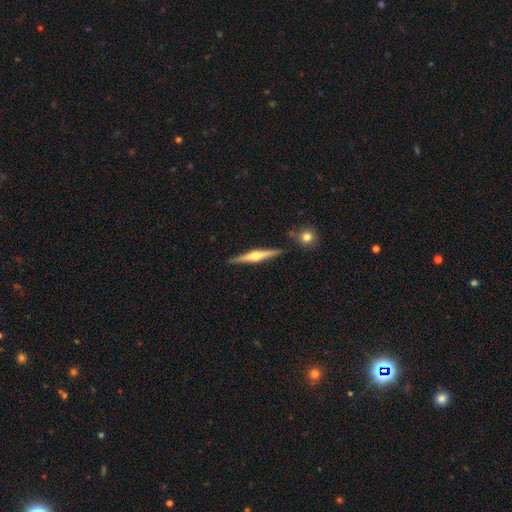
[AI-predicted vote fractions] Q: Smooth or featured?
A: featured or disk (73%); runner-up: smooth (22%)
Q: Edge-on disk?
A: yes (98%); runner-up: no (2%)
Q: Edge-on bulge?
A: rounded (91%); runner-up: boxy (5%)
Q: Merging?
A: none (88%); runner-up: minor disturbance (8%)